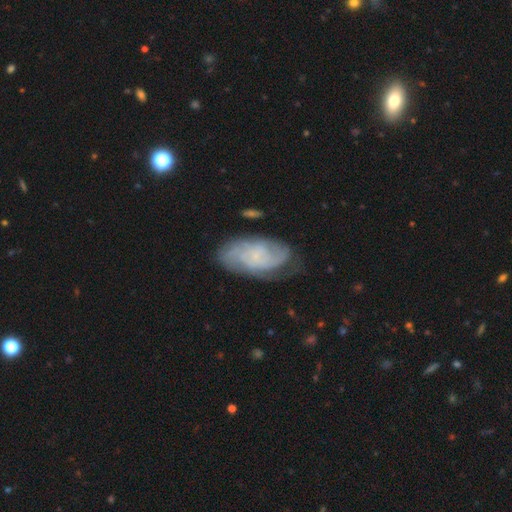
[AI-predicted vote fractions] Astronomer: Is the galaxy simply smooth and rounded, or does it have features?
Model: featured or disk — 72%.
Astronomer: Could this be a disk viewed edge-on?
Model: no — 95%.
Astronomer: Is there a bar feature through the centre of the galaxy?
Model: no — 67%.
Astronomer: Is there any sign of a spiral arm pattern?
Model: yes — 93%.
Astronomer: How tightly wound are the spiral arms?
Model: tight — 50% (runner-up: medium, 37%).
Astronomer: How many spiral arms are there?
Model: can't tell — 34% (runner-up: 2, 30%).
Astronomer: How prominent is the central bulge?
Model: small — 61%.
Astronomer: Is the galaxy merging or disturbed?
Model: none — 72%.